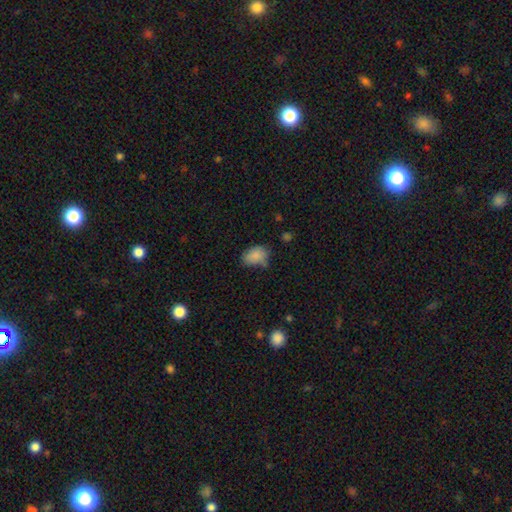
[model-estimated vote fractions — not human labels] A smooth galaxy with no disk features (84%) that is in between round and cigar-shaped (82%).

Vote fractions:
- Smooth or featured? smooth: 84% / star or artifact: 9% / featured or disk: 7%
- How rounded? in between: 82% / round: 16% / cigar-shaped: 1%
- Merging? none: 55% / minor disturbance: 33% / major disturbance: 8% / merger: 5%